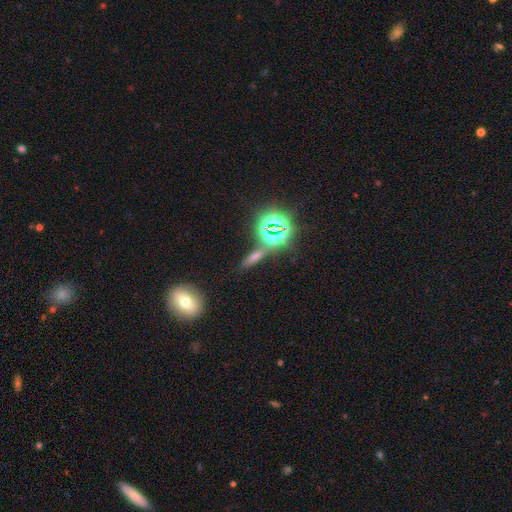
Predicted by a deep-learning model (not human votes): smooth_or_featured: star or artifact (p=0.48) [alt: smooth p=0.33]